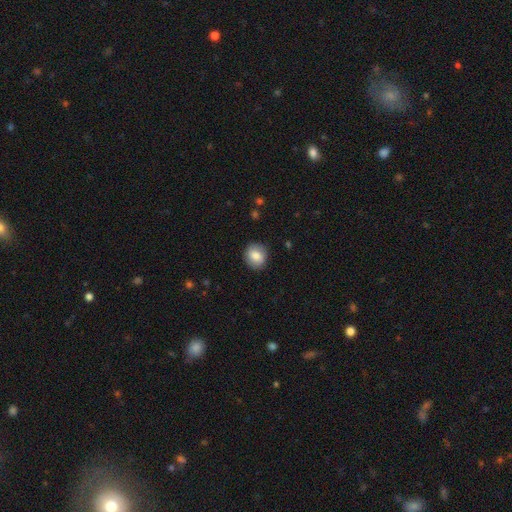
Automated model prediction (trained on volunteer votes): Smooth or featured?
  - smooth: 82% *
  - featured or disk: 11%
  - star or artifact: 8%
How rounded?
  - round: 74% *
  - in between: 25%
  - cigar-shaped: 1%
Merging?
  - none: 88% *
  - minor disturbance: 9%
  - major disturbance: 2%
  - merger: 1%